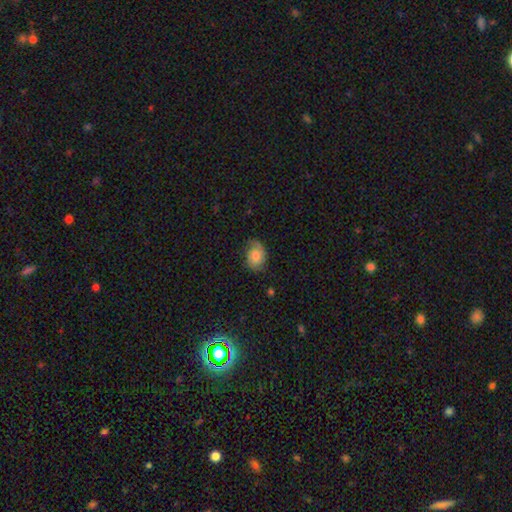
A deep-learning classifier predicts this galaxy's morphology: Q: Smooth or featured?
A: smooth (47%); runner-up: featured or disk (45%)
Q: Merging?
A: none (65%); runner-up: minor disturbance (25%)